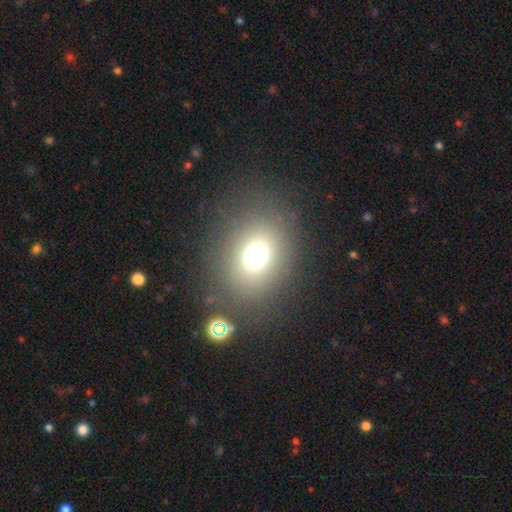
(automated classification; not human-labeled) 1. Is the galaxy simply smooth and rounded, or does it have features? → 68% smooth, 22% star or artifact, 10% featured or disk.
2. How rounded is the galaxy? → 63% round, 36% in between, 1% cigar-shaped.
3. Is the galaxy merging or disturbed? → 81% none, 9% minor disturbance, 7% major disturbance, 4% merger.